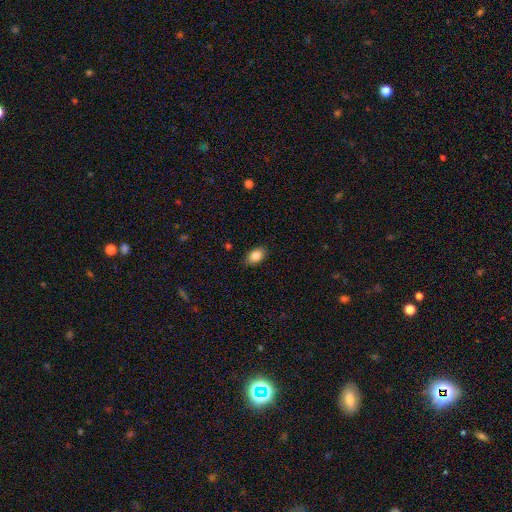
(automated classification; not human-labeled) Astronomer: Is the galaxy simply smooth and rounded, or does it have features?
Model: smooth — 86%.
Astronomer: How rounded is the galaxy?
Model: in between — 86%.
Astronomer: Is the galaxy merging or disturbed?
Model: none — 85%.